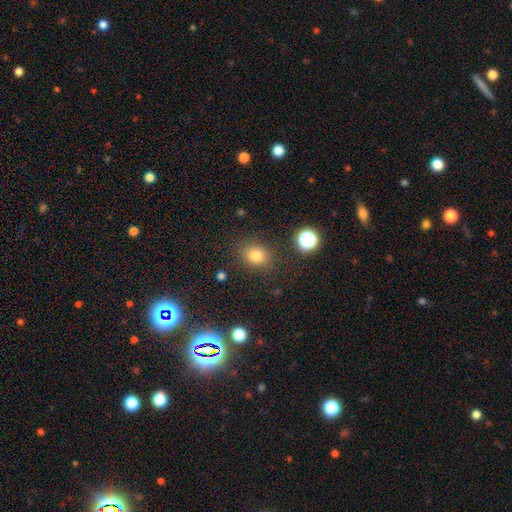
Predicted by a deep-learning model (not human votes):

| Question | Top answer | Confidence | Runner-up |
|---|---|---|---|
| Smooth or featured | smooth | 78% | star or artifact (15%) |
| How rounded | round | 58% | in between (41%) |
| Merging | none | 84% | minor disturbance (10%) |